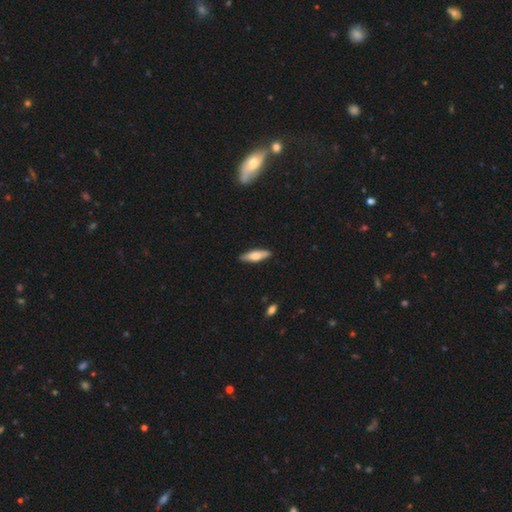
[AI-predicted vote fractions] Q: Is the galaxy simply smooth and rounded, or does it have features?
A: smooth — 63%.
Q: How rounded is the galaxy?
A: cigar-shaped — 59%.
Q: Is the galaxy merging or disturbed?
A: none — 87%.